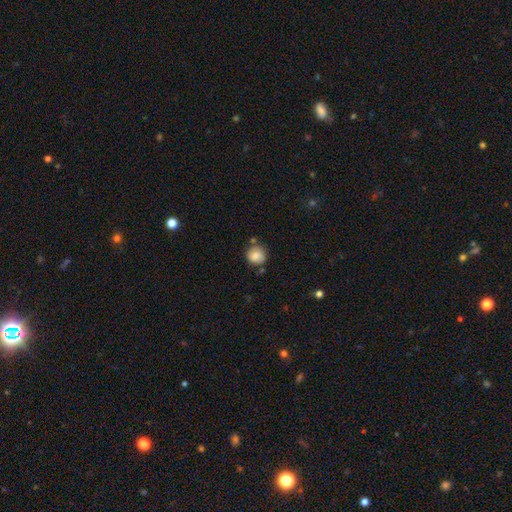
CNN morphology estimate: smooth 84%, star or artifact 8%, featured or disk 7%. Down the decision tree: how rounded — round (88%); merging — none (71%).